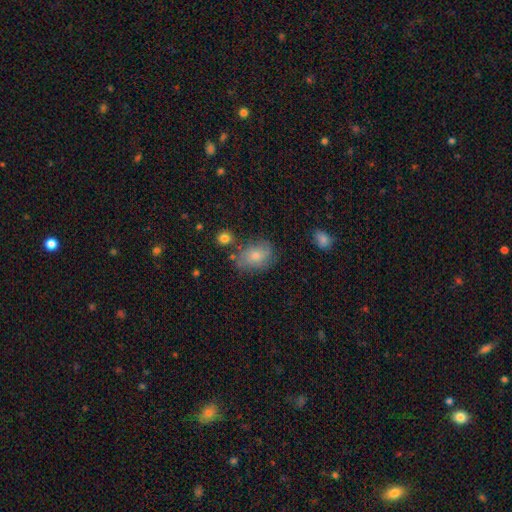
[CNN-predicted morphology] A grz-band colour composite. It shows a smooth galaxy with no disk features (74%) that is in between round and cigar-shaped (76%). Merging: none (63%).